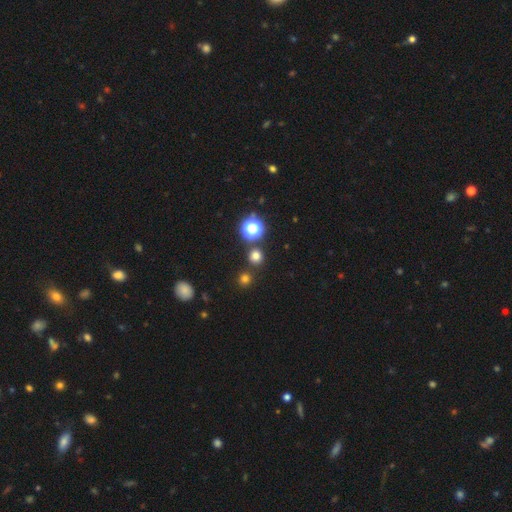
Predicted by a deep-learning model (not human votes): Q: Smooth or featured?
A: smooth (71%); runner-up: star or artifact (24%)
Q: How rounded?
A: round (92%); runner-up: in between (7%)
Q: Merging?
A: none (83%); runner-up: merger (8%)